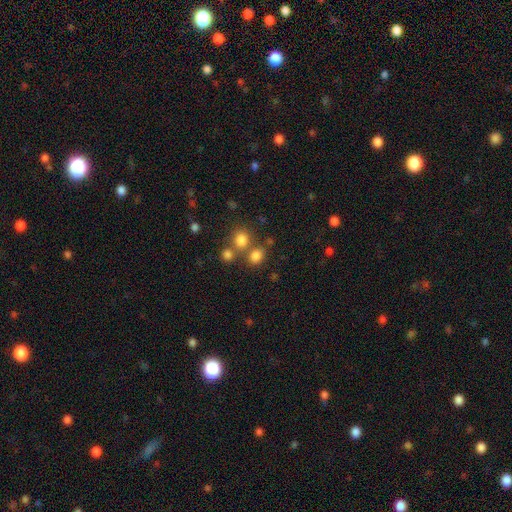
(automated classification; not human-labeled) smooth 78%, star or artifact 15%, featured or disk 7%. Down the decision tree: how rounded — round (56%); merging — none (61%).